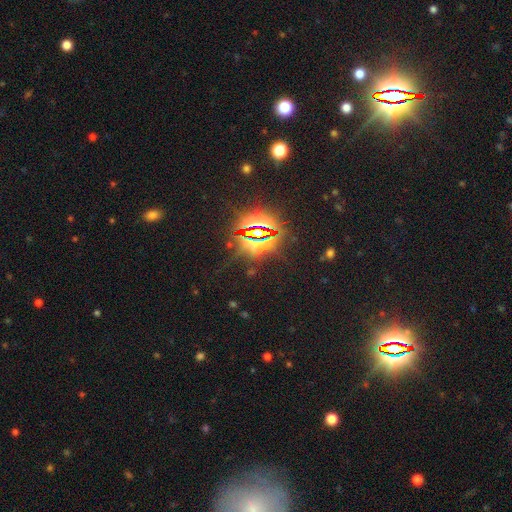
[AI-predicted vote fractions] This appears to be a star or artifact, not a galaxy (84%).